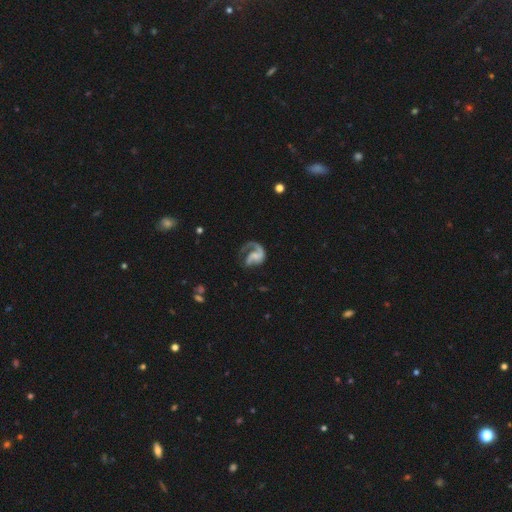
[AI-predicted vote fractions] smooth-or-featured: featured or disk: 81% | smooth: 12% | star or artifact: 6%
  disk-edge-on: no: 98% | yes: 2%
    bar: no: 51% | weak: 36% | strong: 13%
    has-spiral-arms: yes: 93% | no: 7%
      spiral-winding: medium: 42% | loose: 40% | tight: 18%
      spiral-arm-count: 1: 57% | 2: 36% | can't tell: 3% | 3: 1% | 4: 1% | more than 4: 1%
    bulge-size: none: 43% | small: 35% | moderate: 16% | large: 4% | dominant: 2%
  merging: none: 41% | major disturbance: 39% | minor disturbance: 17% | merger: 4%